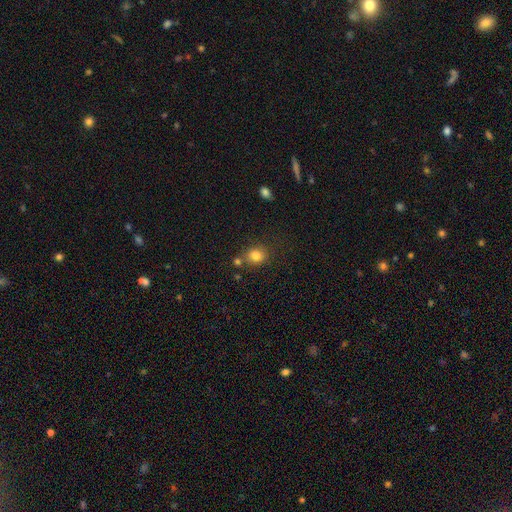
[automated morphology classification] Smooth or featured? smooth (82%)
How rounded? round (69%)
Merging? none (67%)